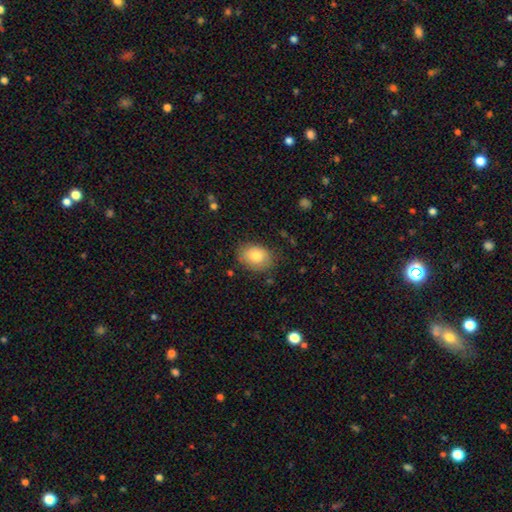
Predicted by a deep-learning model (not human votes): smooth_or_featured: smooth (p=0.79) [alt: featured or disk p=0.13]
how_rounded: in between (p=0.70) [alt: round p=0.29]
merging: none (p=0.78) [alt: minor disturbance p=0.17]